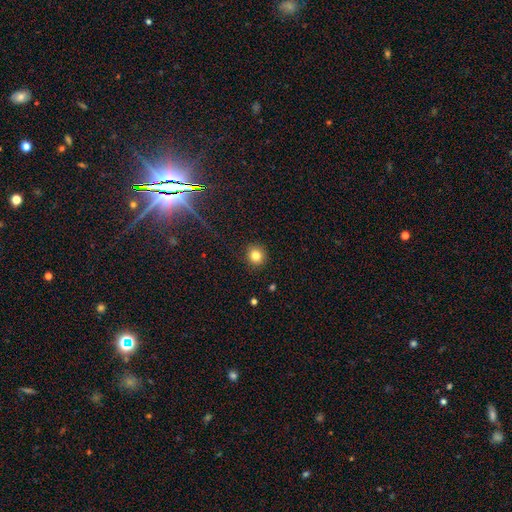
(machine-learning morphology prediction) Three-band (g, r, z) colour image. It shows a smooth galaxy with no disk features (81%) that is round (90%). Merging: none (91%).